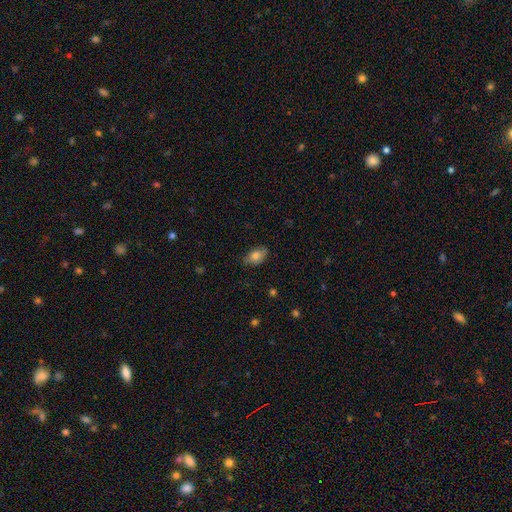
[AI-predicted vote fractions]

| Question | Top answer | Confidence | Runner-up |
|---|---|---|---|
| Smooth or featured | smooth | 79% | featured or disk (13%) |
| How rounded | in between | 90% | round (7%) |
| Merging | none | 77% | minor disturbance (18%) |